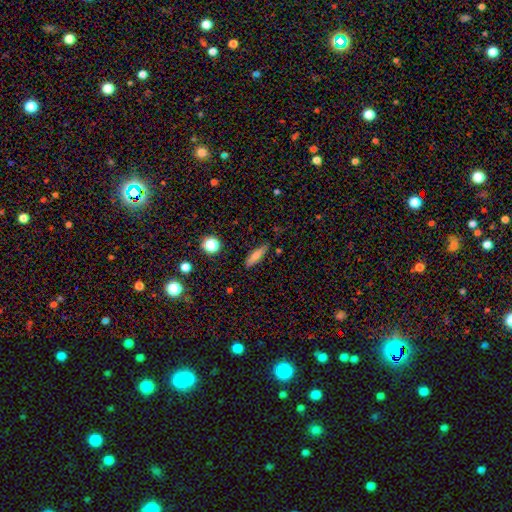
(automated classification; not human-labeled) A smooth galaxy with no disk features (65%) that is cigar-shaped (63%). Merging: none (83%).